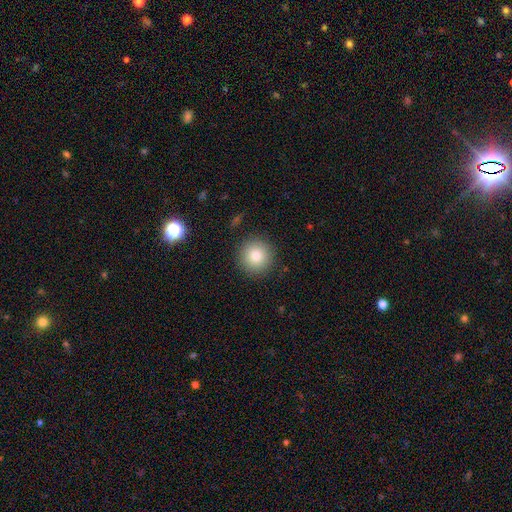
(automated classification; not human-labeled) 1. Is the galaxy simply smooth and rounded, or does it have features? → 82% smooth, 10% star or artifact, 8% featured or disk.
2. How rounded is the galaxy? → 95% round, 4% in between, 1% cigar-shaped.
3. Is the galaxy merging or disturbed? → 90% none, 6% minor disturbance, 2% major disturbance, 1% merger.